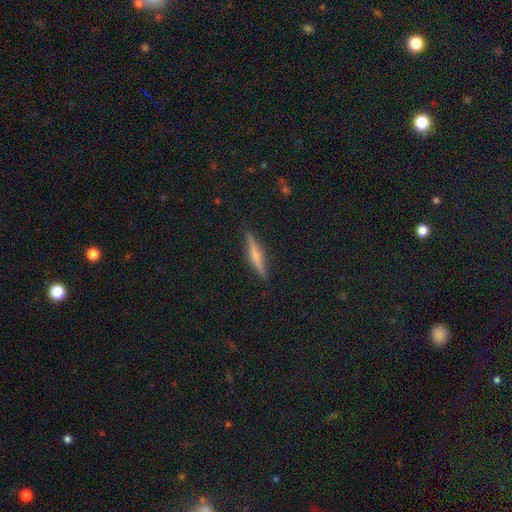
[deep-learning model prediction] Q: Smooth or featured?
A: featured or disk (52%); runner-up: smooth (39%)
Q: Edge-on disk?
A: yes (96%); runner-up: no (4%)
Q: Merging?
A: none (89%); runner-up: minor disturbance (8%)